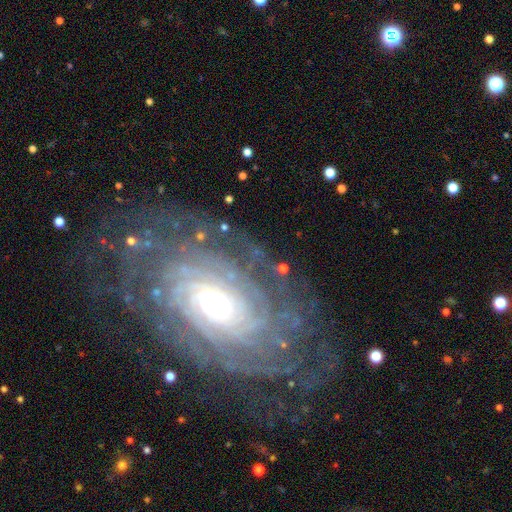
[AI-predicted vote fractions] This is clearly a featured or disk galaxy (88%). It is clearly not viewed edge-on (96%). Bar: likely no (70%). Spiral arm pattern: clearly yes (97%). Spiral arm count: marginally can't tell (30%). Spiral winding: clearly tight (82%). Central bulge: possibly moderate (52%). Merging: likely none (77%).